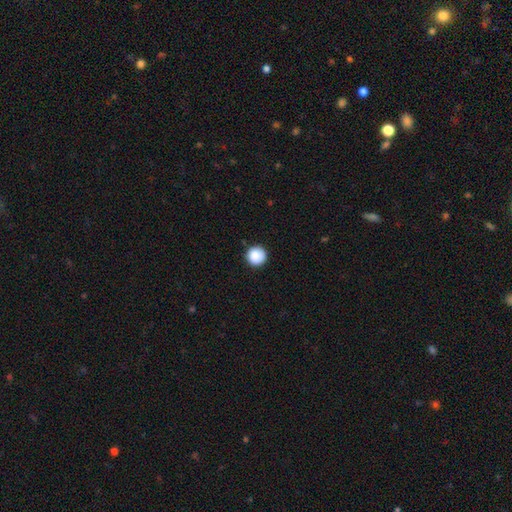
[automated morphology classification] Overall: smooth (88%). How rounded: round (96%). Merging: none (91%).